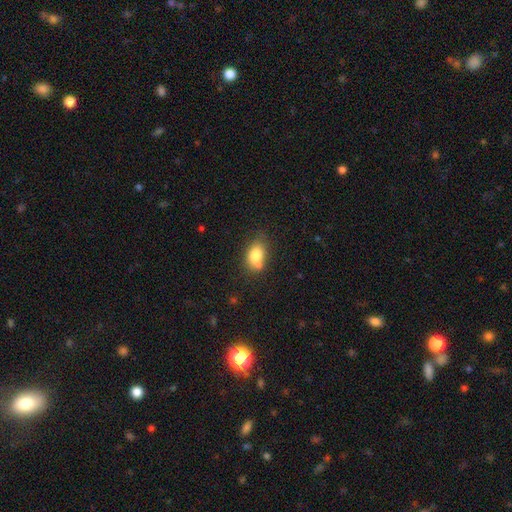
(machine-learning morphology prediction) This is likely a smooth galaxy (79%). How rounded: likely in between (78%). Merging: possibly none (52%).